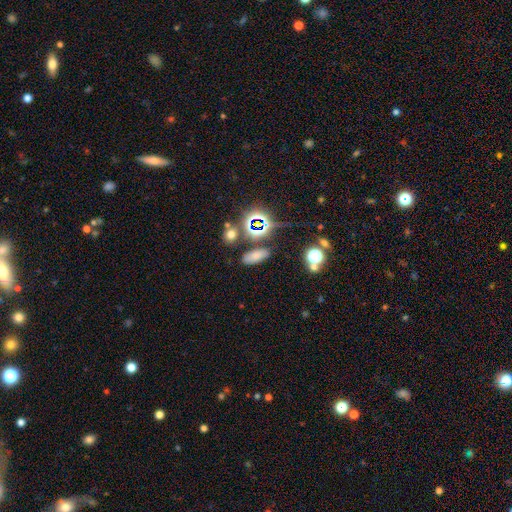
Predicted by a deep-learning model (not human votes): smooth 64%, star or artifact 25%, featured or disk 11%. Down the decision tree: how rounded — in between (75%); merging — none (80%).